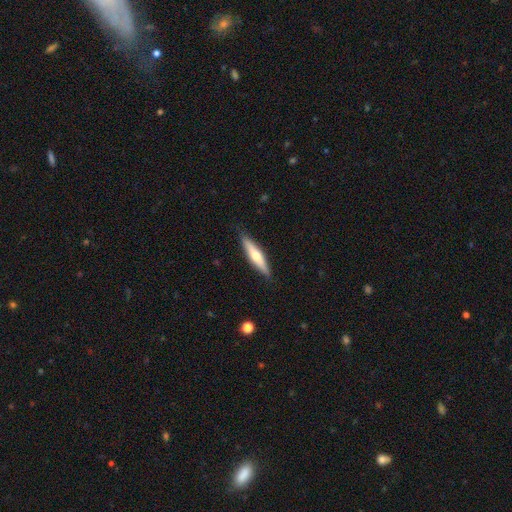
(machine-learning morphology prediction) smooth-or-featured: smooth: 49% | featured or disk: 46% | star or artifact: 5%
  merging: none: 87% | minor disturbance: 10% | major disturbance: 2% | merger: 1%